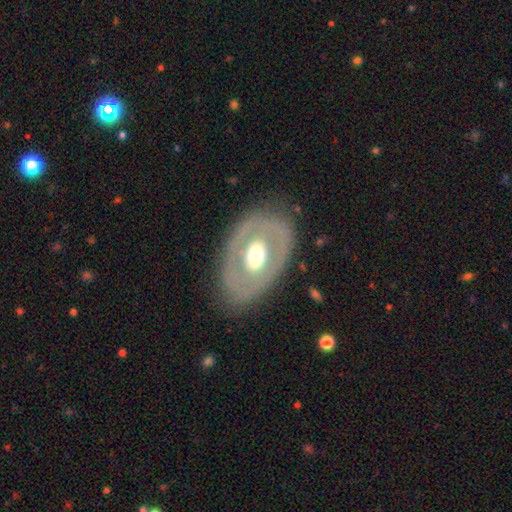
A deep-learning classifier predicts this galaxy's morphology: Smooth or featured: featured or disk — 60% (smooth — 35%)
Edge-on disk: no — 91% (yes — 9%)
Bar: no — 79% (weak — 14%)
Spiral arms: no — 88% (yes — 12%)
Bulge size: moderate — 62% (large — 28%)
Merging: none — 79% (minor disturbance — 13%)